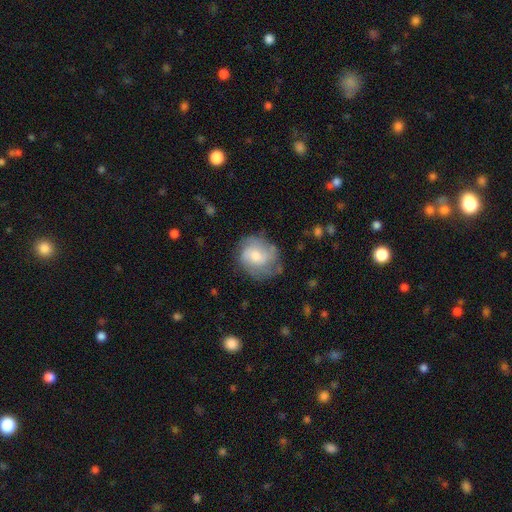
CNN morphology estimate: smooth-or-featured: featured or disk: 50% | smooth: 43% | star or artifact: 7%
  merging: none: 61% | minor disturbance: 25% | major disturbance: 12% | merger: 2%